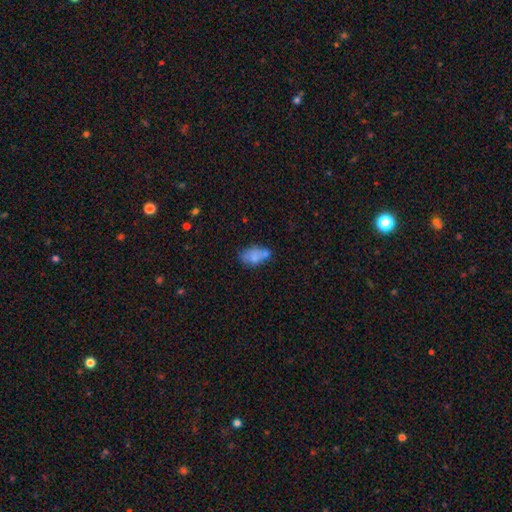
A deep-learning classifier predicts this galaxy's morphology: Smooth or featured?
  - smooth: 70% *
  - featured or disk: 20%
  - star or artifact: 10%
How rounded?
  - in between: 89% *
  - round: 6%
  - cigar-shaped: 5%
Merging?
  - none: 45% *
  - minor disturbance: 26%
  - merger: 19%
  - major disturbance: 11%